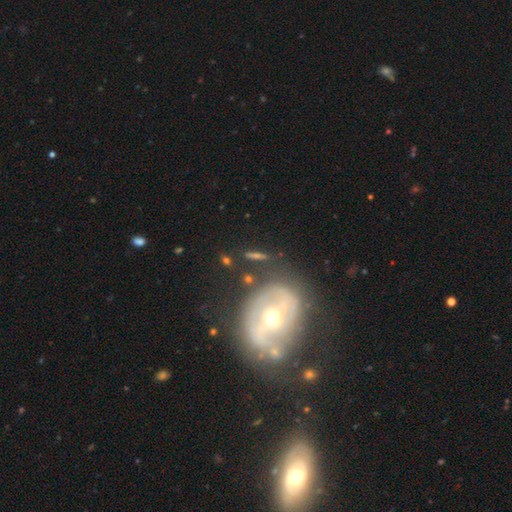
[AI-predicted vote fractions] Smooth or featured? Predicted: featured or disk (p=0.56). Edge-on disk? Predicted: no (p=0.77). Merging? Predicted: none (p=0.67).